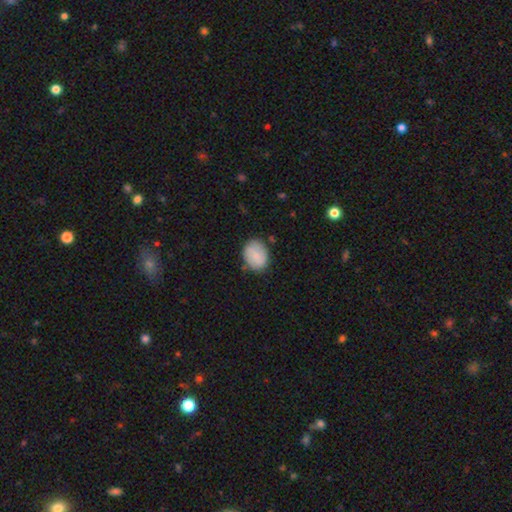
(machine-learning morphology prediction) The model was most divided on "how rounded": in between: 54%, round: 46%, cigar-shaped: 1%. More confident: merging — none (77%); smooth or featured — smooth (70%).